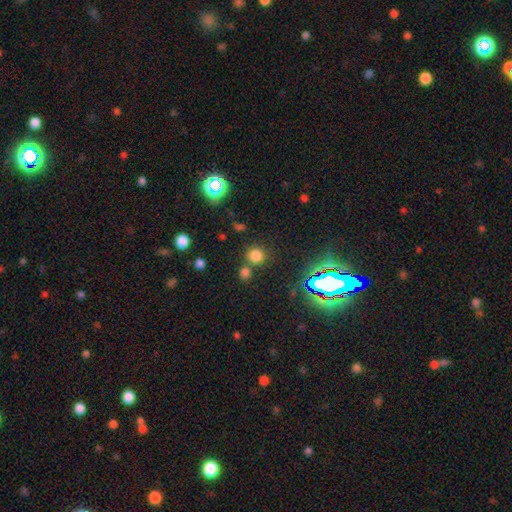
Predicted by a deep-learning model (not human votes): A smooth galaxy with no disk features (72%) that is round (88%).

Vote fractions:
- Smooth or featured? smooth: 72% / star or artifact: 23% / featured or disk: 6%
- How rounded? round: 88% / in between: 11% / cigar-shaped: 1%
- Merging? none: 72% / merger: 16% / minor disturbance: 8% / major disturbance: 4%